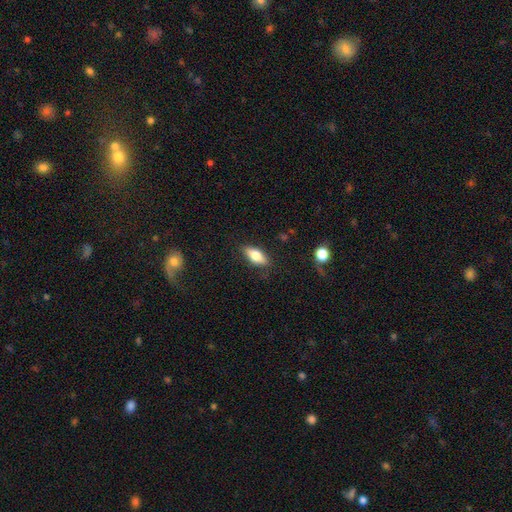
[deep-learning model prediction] smooth-or-featured: smooth: 71% | featured or disk: 22% | star or artifact: 7%
  how-rounded: in between: 78% | cigar-shaped: 19% | round: 3%
  merging: none: 84% | minor disturbance: 12% | major disturbance: 3% | merger: 1%